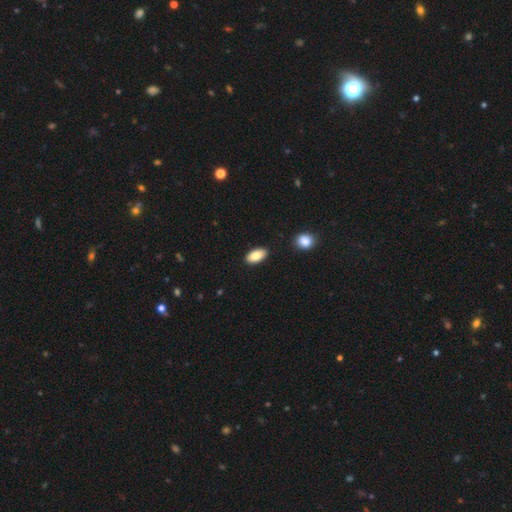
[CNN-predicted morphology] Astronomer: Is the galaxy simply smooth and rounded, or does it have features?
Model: smooth — 83%.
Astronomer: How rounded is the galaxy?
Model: in between — 93%.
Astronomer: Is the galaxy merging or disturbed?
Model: none — 88%.